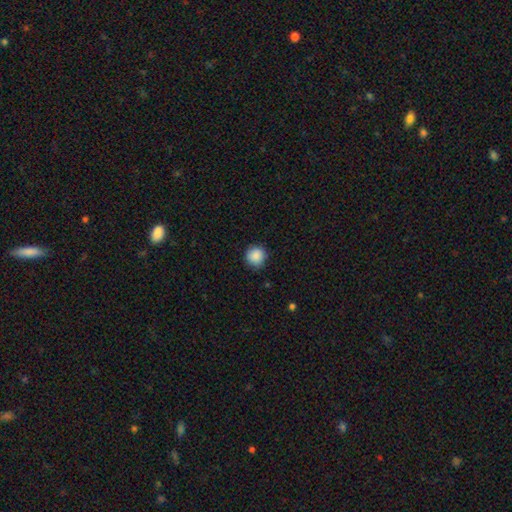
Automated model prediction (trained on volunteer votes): A smooth galaxy with no disk features (88%) that is round (93%).

Vote fractions:
- Smooth or featured? smooth: 88% / star or artifact: 9% / featured or disk: 3%
- How rounded? round: 93% / in between: 6% / cigar-shaped: 1%
- Merging? none: 86% / minor disturbance: 11% / major disturbance: 2% / merger: 1%